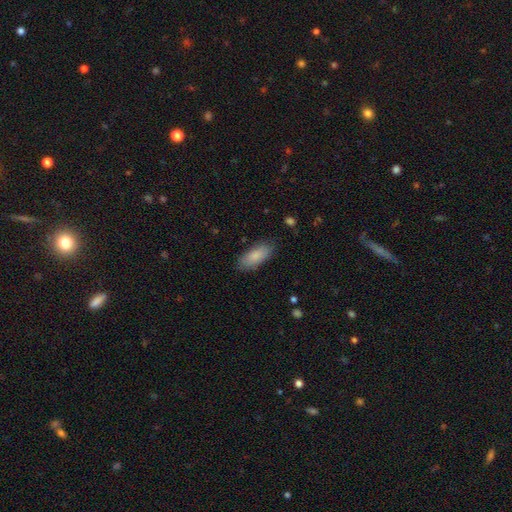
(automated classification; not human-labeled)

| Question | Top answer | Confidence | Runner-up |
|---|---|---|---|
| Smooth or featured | smooth | 85% | featured or disk (9%) |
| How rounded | in between | 82% | cigar-shaped (16%) |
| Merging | none | 82% | minor disturbance (14%) |